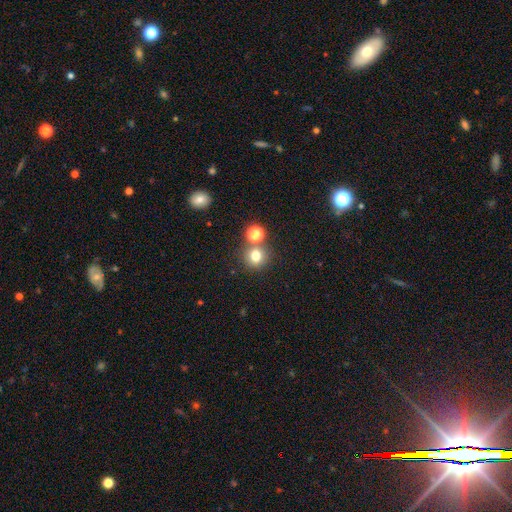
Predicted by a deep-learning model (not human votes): Smooth or featured: smooth — 75% (star or artifact — 16%)
How rounded: round — 87% (in between — 12%)
Merging: none — 71% (merger — 18%)